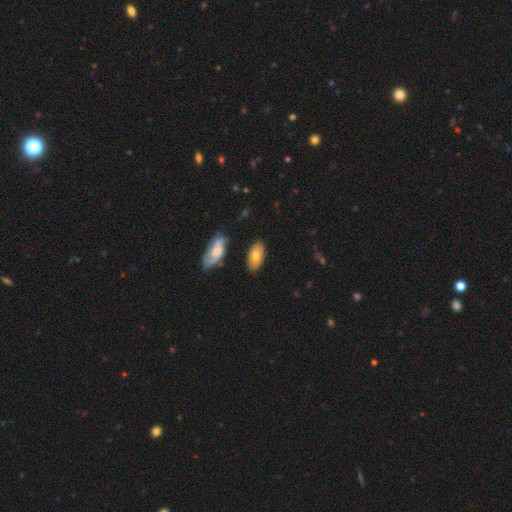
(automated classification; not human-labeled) Smooth or featured? Predicted: smooth (p=0.72). How rounded? Predicted: in between (p=0.92). Merging? Predicted: none (p=0.80).